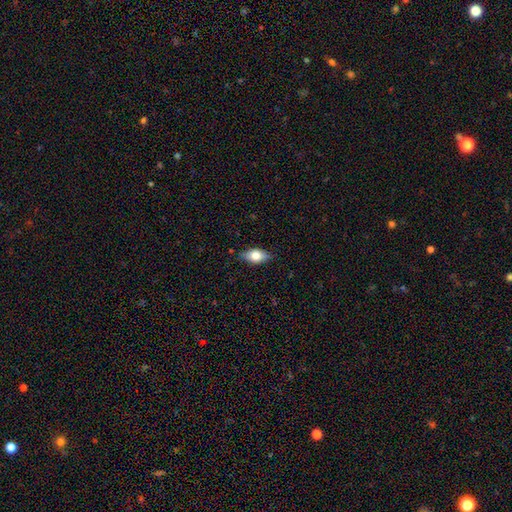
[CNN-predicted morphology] Smooth or featured? smooth (67%)
How rounded? in between (85%)
Merging? none (83%)